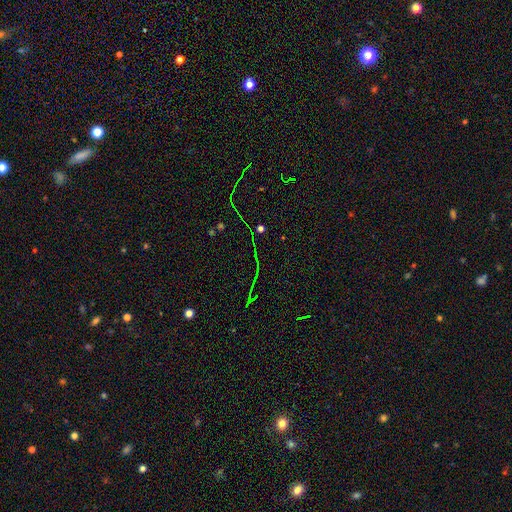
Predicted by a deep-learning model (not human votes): This appears to be a star or artifact, not a galaxy (75%).